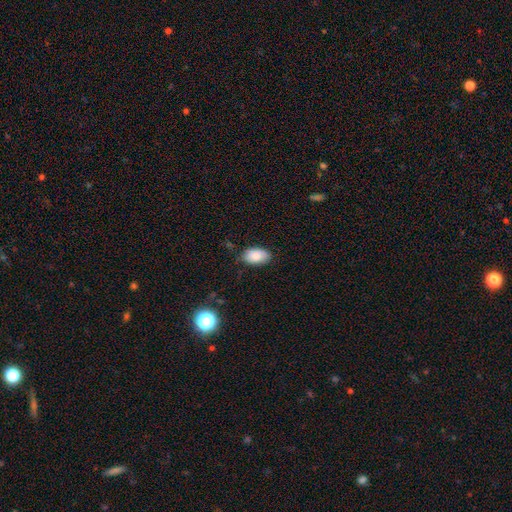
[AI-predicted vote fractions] smooth_or_featured: smooth (p=0.85) [alt: star or artifact p=0.08]
how_rounded: in between (p=0.92) [alt: round p=0.07]
merging: none (p=0.79) [alt: minor disturbance p=0.17]